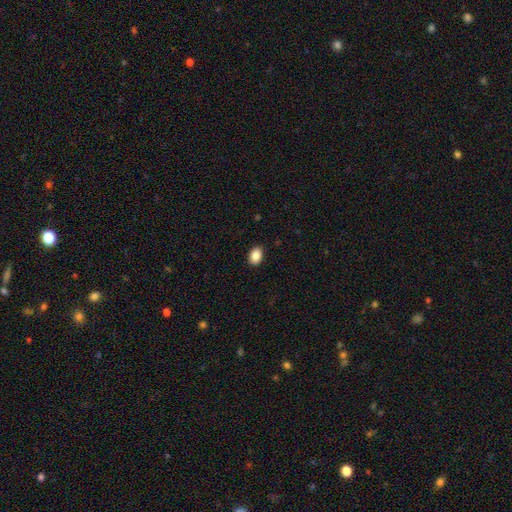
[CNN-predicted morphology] smooth_or_featured: smooth (p=0.88) [alt: star or artifact p=0.08]
how_rounded: in between (p=0.78) [alt: round p=0.21]
merging: none (p=0.89) [alt: minor disturbance p=0.08]